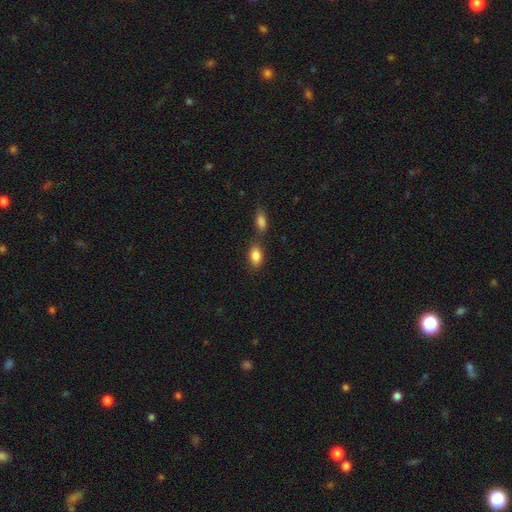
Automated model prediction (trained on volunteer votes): Smooth or featured: smooth — 86% (star or artifact — 8%)
How rounded: in between — 88% (round — 9%)
Merging: none — 59% (merger — 25%)